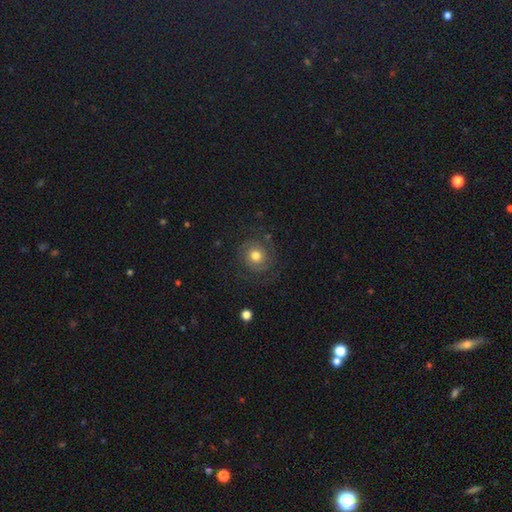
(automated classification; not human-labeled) Smooth or featured? featured or disk (52%)
Edge-on disk? no (97%)
Bar? no (83%)
Spiral arms? yes (80%)
Bulge size? moderate (72%)
Merging? none (75%)